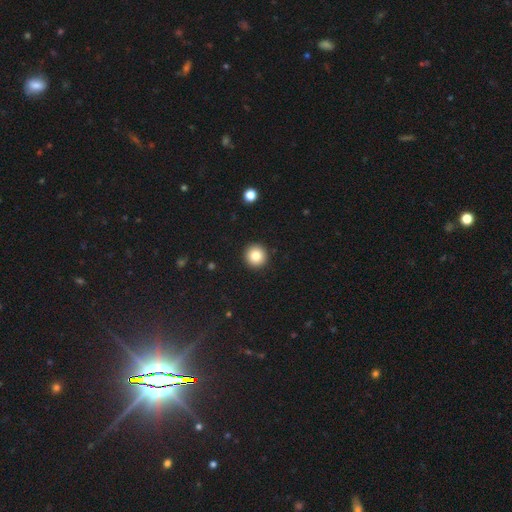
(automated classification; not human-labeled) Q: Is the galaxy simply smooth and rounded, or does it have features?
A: smooth — 83%.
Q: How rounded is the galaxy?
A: round — 95%.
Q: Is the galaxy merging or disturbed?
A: none — 93%.